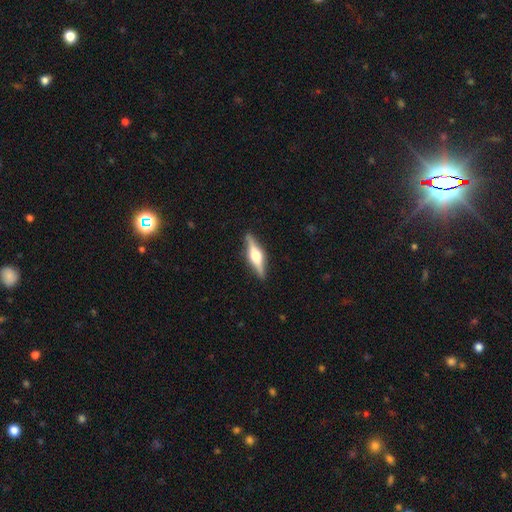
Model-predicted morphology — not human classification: type=featured or disk (72%); edge-on=yes (97%); edge-on bulge=rounded (92%); merging=none (90%).